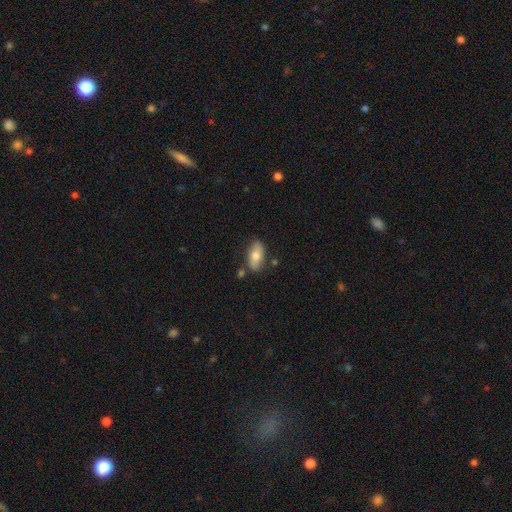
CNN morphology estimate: Smooth or featured?
  - smooth: 74% *
  - featured or disk: 19%
  - star or artifact: 7%
How rounded?
  - in between: 89% *
  - cigar-shaped: 7%
  - round: 3%
Merging?
  - none: 78% *
  - minor disturbance: 14%
  - merger: 5%
  - major disturbance: 3%